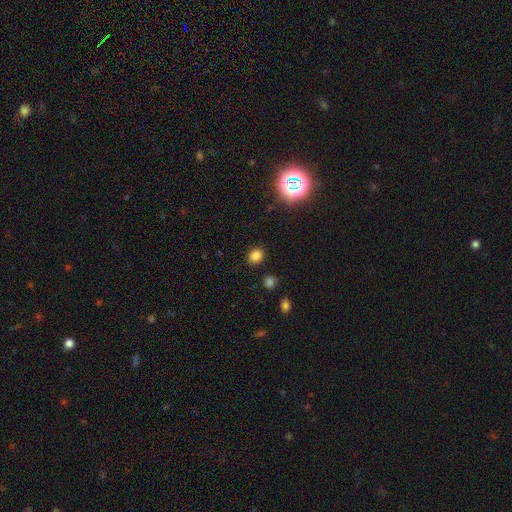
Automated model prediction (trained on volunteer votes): Smooth or featured: smooth — 79% (star or artifact — 17%)
How rounded: round — 55% (in between — 44%)
Merging: none — 87% (minor disturbance — 8%)